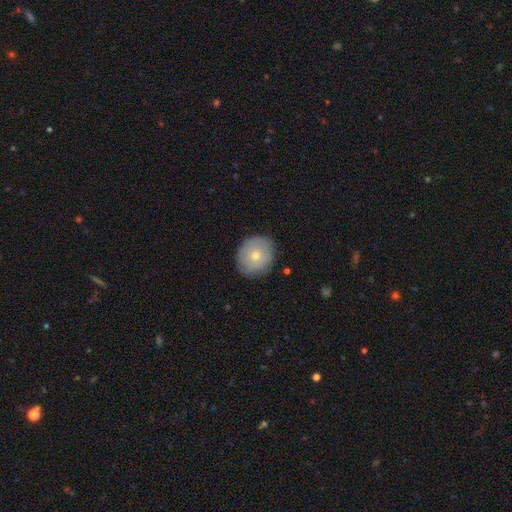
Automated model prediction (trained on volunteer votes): Q: Smooth or featured?
A: smooth (62%); runner-up: featured or disk (29%)
Q: How rounded?
A: round (84%); runner-up: in between (15%)
Q: Merging?
A: none (86%); runner-up: minor disturbance (10%)